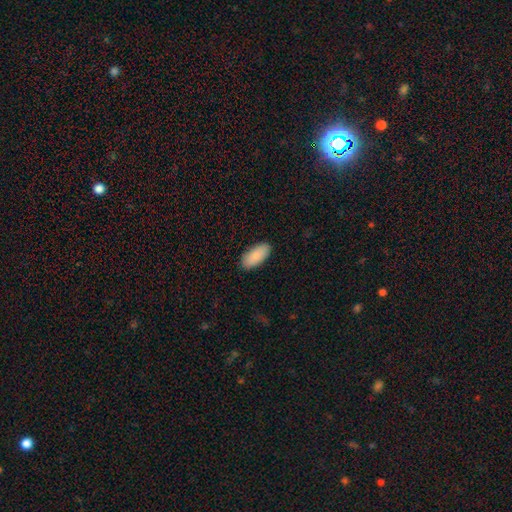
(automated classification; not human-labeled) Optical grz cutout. It shows a smooth galaxy with no disk features (89%) that is in between round and cigar-shaped (93%). Merging: none (89%).